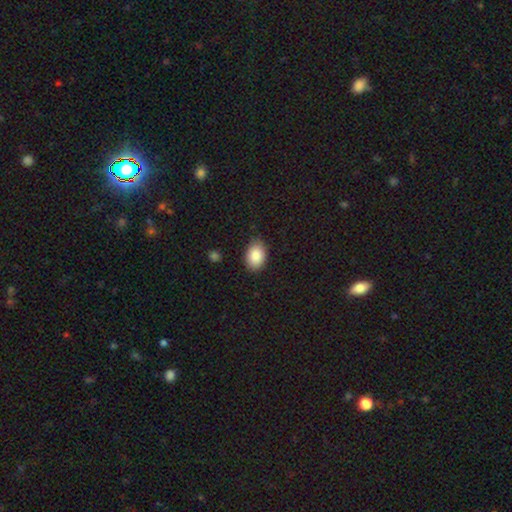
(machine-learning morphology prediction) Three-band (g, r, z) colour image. It shows a smooth galaxy with no disk features (88%) that is in between round and cigar-shaped (82%). Merging: none (81%).